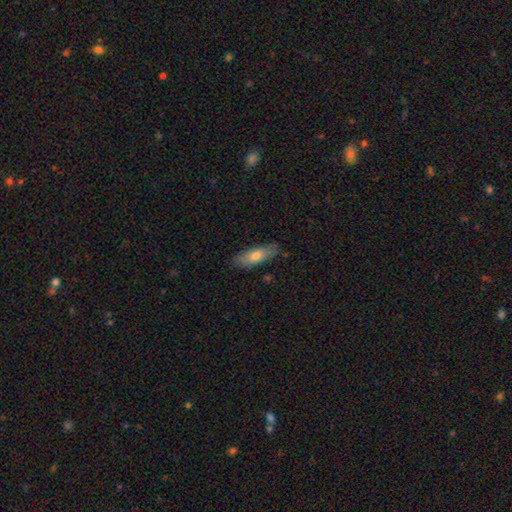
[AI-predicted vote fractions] Smooth or featured: smooth — 70% (featured or disk — 24%)
How rounded: in between — 57% (cigar-shaped — 41%)
Merging: none — 81% (minor disturbance — 14%)